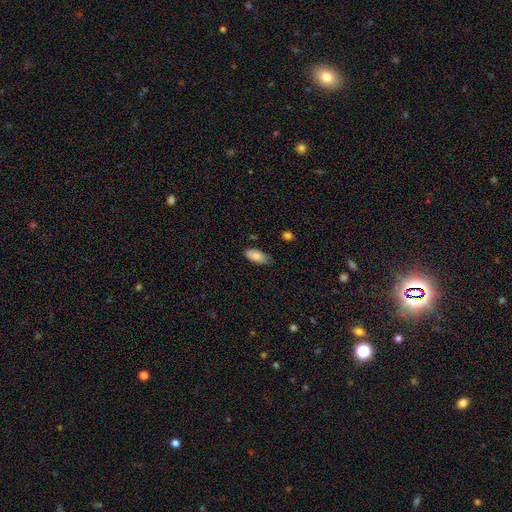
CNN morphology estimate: Q: Smooth or featured?
A: smooth (83%); runner-up: featured or disk (11%)
Q: How rounded?
A: in between (88%); runner-up: cigar-shaped (10%)
Q: Merging?
A: none (74%); runner-up: minor disturbance (22%)